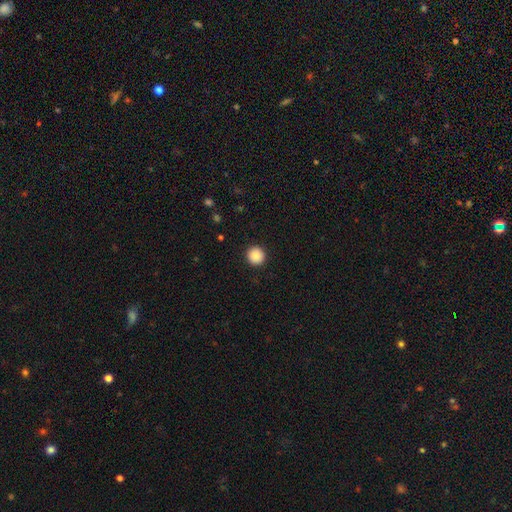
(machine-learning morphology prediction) A smooth galaxy with no disk features (88%) that is round (95%). Merging: none (93%).